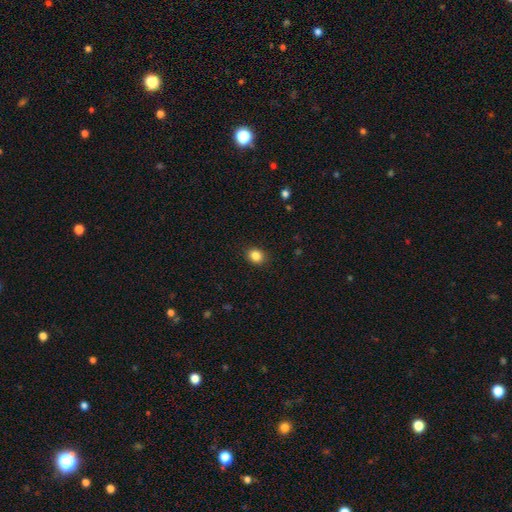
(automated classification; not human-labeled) Morphology: type=smooth (85%); roundness=round (62%); merging=none (90%).